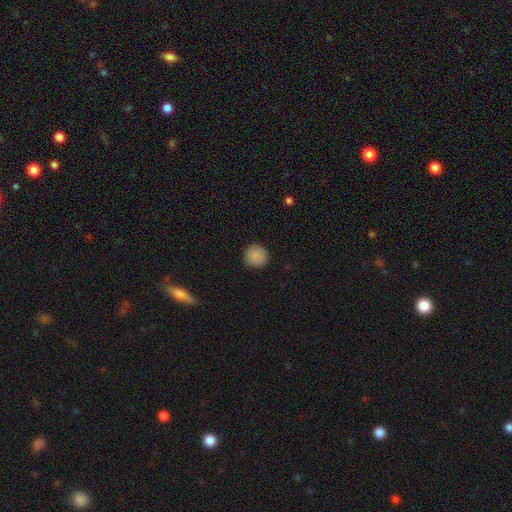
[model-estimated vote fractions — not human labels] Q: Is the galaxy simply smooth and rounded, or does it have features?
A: smooth — 87%.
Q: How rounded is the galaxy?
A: round — 92%.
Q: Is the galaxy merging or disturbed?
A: none — 89%.